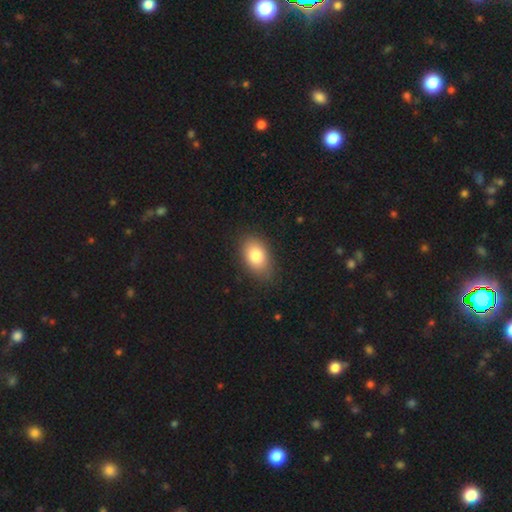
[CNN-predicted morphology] Smooth or featured? smooth (83%)
How rounded? in between (88%)
Merging? none (83%)